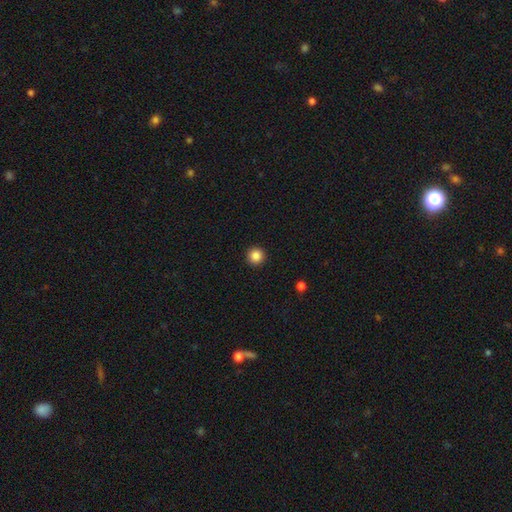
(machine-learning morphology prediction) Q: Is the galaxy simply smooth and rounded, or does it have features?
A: smooth — 86%.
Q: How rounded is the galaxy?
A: round — 96%.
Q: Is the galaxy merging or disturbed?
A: none — 94%.